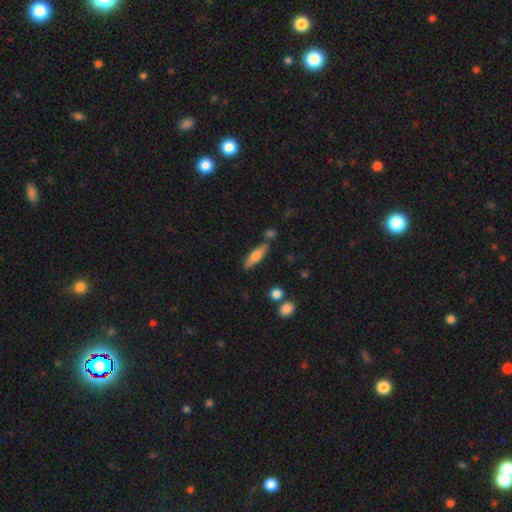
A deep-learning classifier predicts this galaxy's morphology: This is likely a smooth galaxy (63%). How rounded: likely cigar-shaped (61%). Merging: likely none (75%).